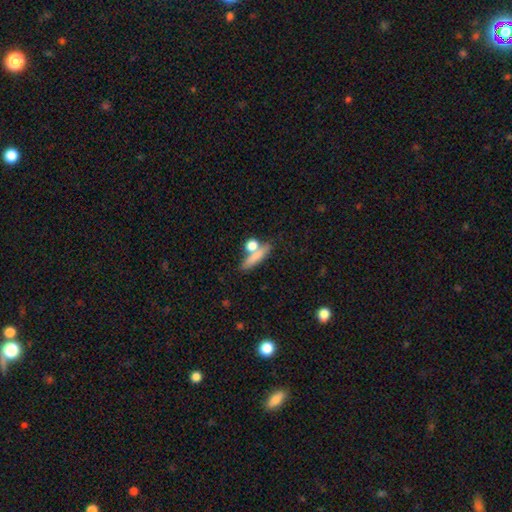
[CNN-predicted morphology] This appears to be a smooth galaxy with no disk features (75%) that is cigar-shaped (56%). Merging: none (59%).